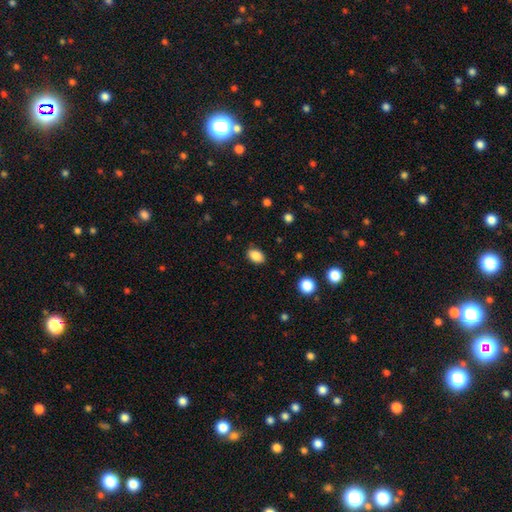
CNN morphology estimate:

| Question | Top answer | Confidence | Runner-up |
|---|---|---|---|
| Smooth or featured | smooth | 87% | star or artifact (9%) |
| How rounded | in between | 78% | round (21%) |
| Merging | none | 87% | minor disturbance (10%) |